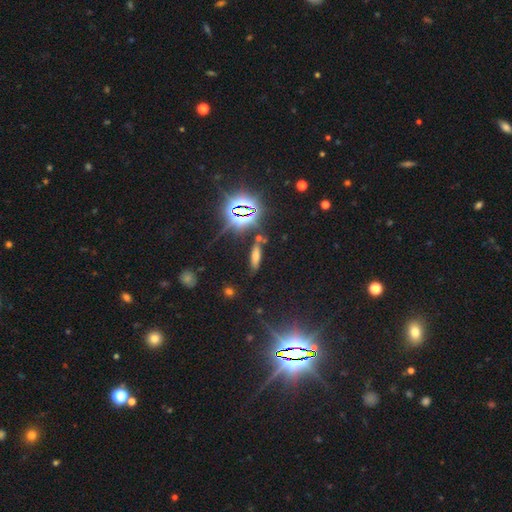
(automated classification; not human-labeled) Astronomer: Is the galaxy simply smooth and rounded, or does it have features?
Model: smooth — 48% (runner-up: star or artifact, 35%).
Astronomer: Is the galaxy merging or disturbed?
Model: none — 78%.